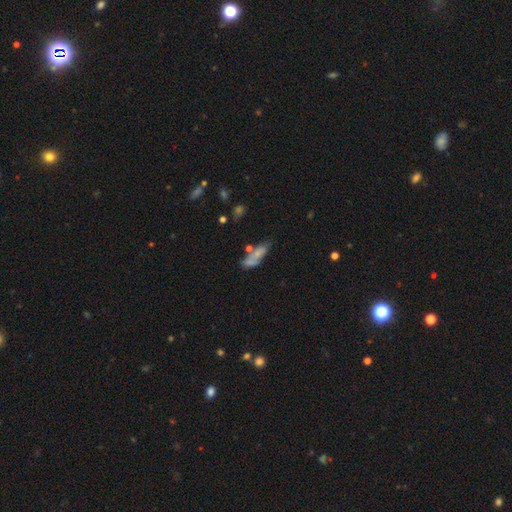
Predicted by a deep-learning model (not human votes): Smooth or featured: smooth — 57% (featured or disk — 32%)
How rounded: in between — 56% (cigar-shaped — 40%)
Merging: none — 41% (merger — 25%)